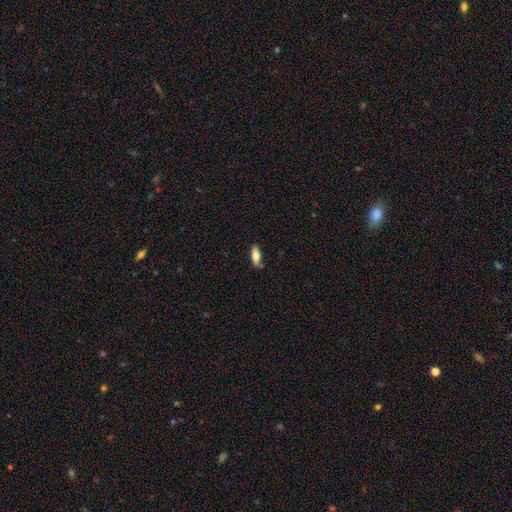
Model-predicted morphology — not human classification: Smooth or featured: smooth — 71% (featured or disk — 23%)
How rounded: in between — 71% (cigar-shaped — 27%)
Merging: none — 80% (minor disturbance — 15%)